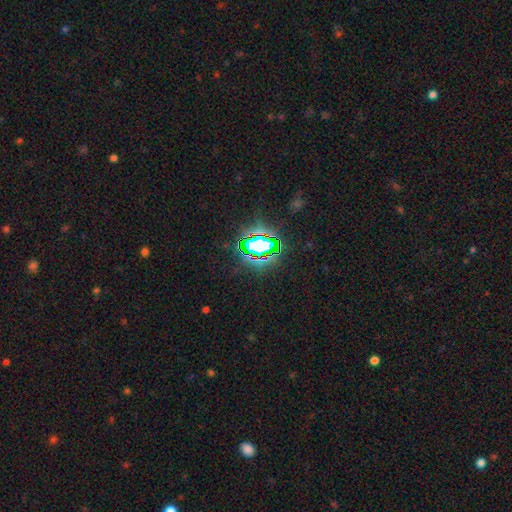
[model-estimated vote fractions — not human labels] This is likely a star or artifact rather than a galaxy (78%).